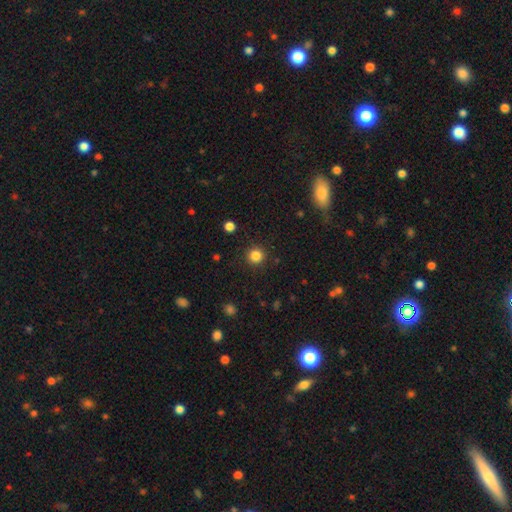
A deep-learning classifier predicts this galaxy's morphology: Smooth or featured?
  - smooth: 83% *
  - star or artifact: 12%
  - featured or disk: 4%
How rounded?
  - round: 95% *
  - in between: 4%
  - cigar-shaped: 1%
Merging?
  - none: 91% *
  - minor disturbance: 6%
  - major disturbance: 2%
  - merger: 1%